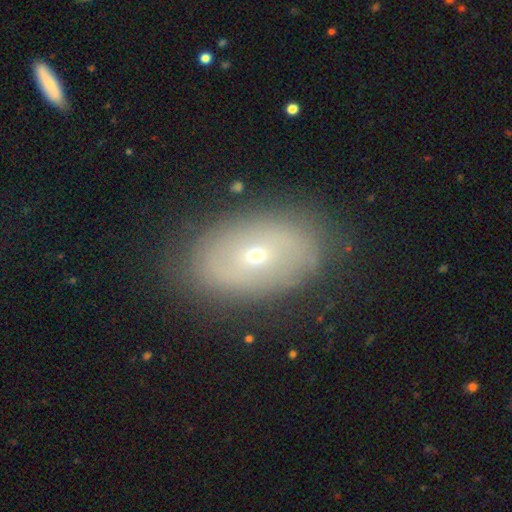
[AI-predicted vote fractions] This is possibly a featured or disk galaxy (47%). Merging: clearly none (83%).